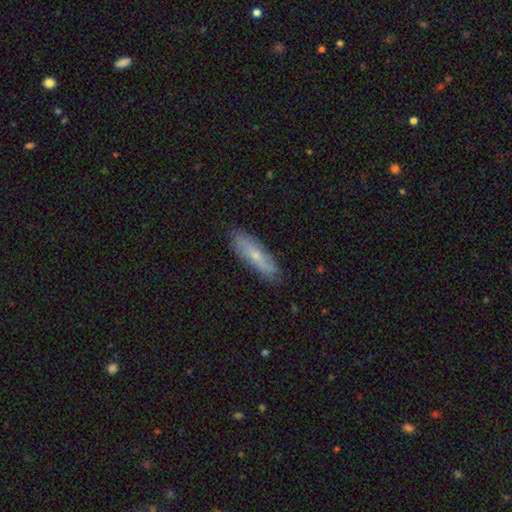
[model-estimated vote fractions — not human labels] smooth 53%, featured or disk 40%, star or artifact 6%. Down the decision tree: how rounded — cigar-shaped (65%); merging — none (83%).